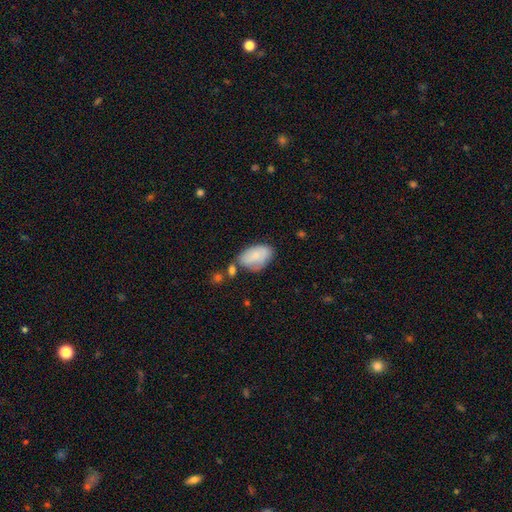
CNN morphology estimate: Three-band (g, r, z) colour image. It shows a smooth galaxy with no disk features (77%) that is in between round and cigar-shaped (92%). Merging: none (49%).